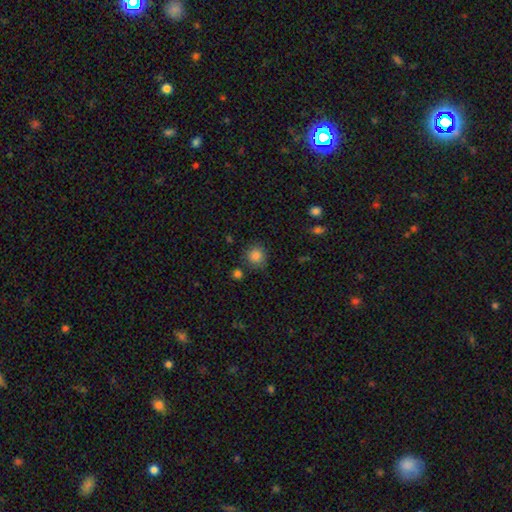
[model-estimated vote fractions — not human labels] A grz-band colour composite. It shows a smooth galaxy with no disk features (85%) that is round (90%). Merging: none (82%).